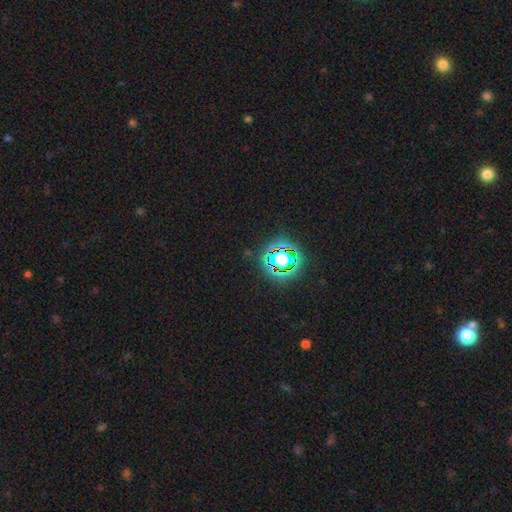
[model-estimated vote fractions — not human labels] Q: Smooth or featured?
A: star or artifact (79%); runner-up: smooth (13%)